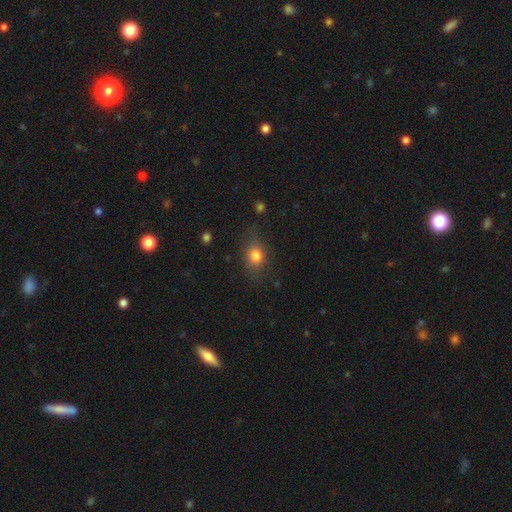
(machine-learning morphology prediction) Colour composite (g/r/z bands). It shows a smooth galaxy with no disk features (79%) that is in between round and cigar-shaped (59%). Merging: none (75%).